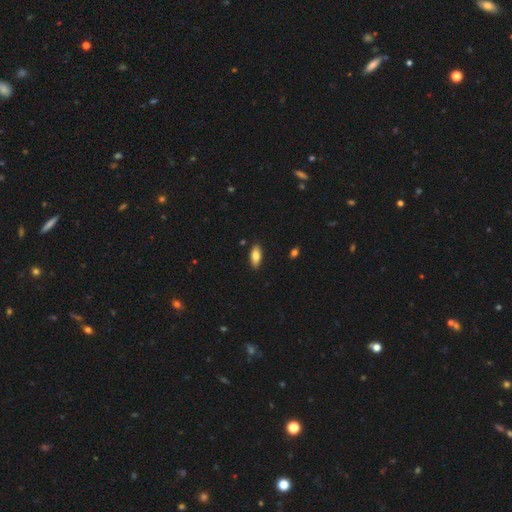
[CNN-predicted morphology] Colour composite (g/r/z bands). It shows a smooth galaxy with no disk features (83%) that is in between round and cigar-shaped (84%). Merging: none (88%).